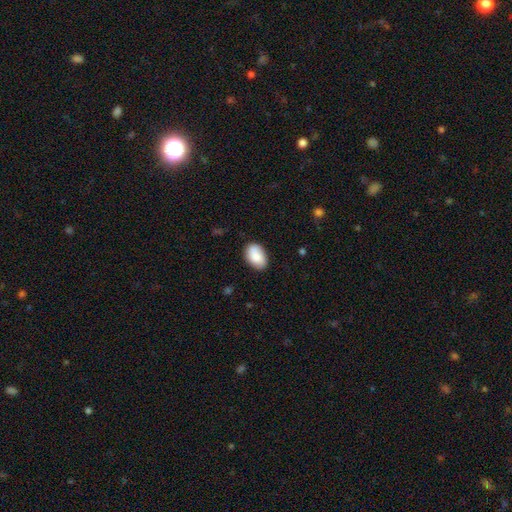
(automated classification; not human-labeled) Smooth or featured: smooth — 85% (featured or disk — 8%)
How rounded: in between — 91% (round — 8%)
Merging: none — 81% (minor disturbance — 14%)